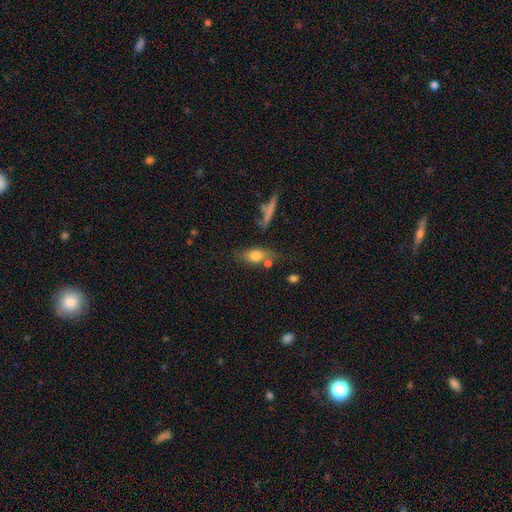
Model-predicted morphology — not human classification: Q: Smooth or featured?
A: smooth (73%); runner-up: featured or disk (18%)
Q: How rounded?
A: in between (74%); runner-up: cigar-shaped (15%)
Q: Merging?
A: none (54%); runner-up: merger (19%)